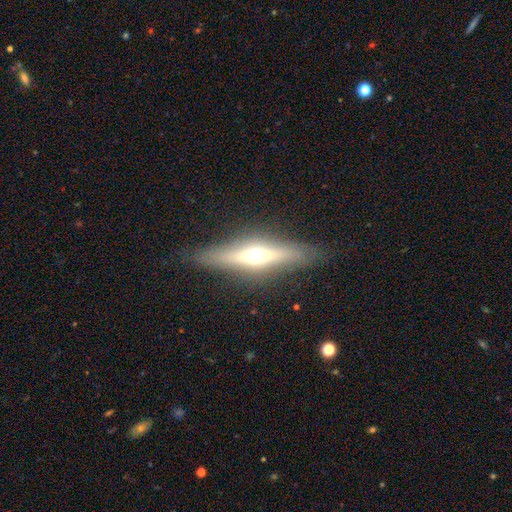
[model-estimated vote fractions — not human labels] This appears to be a featured or disk galaxy (62%) viewed edge-on (91%) with a rounded central bulge (90%). Merging: none (86%).